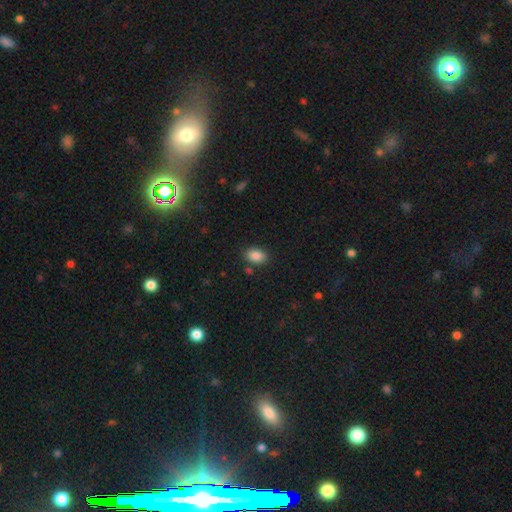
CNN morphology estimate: Smooth or featured? smooth (88%)
How rounded? in between (89%)
Merging? none (83%)